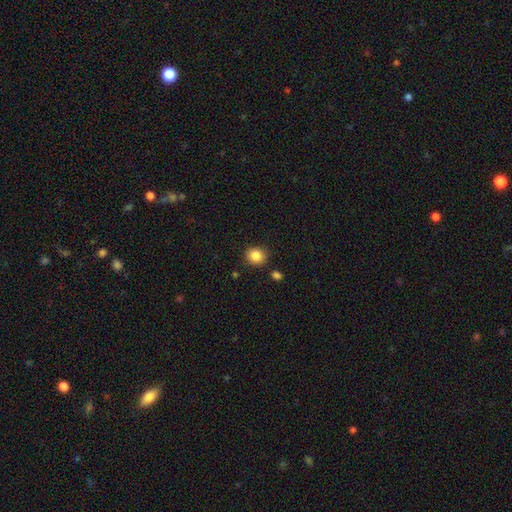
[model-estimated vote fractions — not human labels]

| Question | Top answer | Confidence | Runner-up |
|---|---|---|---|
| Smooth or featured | smooth | 86% | star or artifact (9%) |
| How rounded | round | 79% | in between (20%) |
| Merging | none | 86% | minor disturbance (9%) |